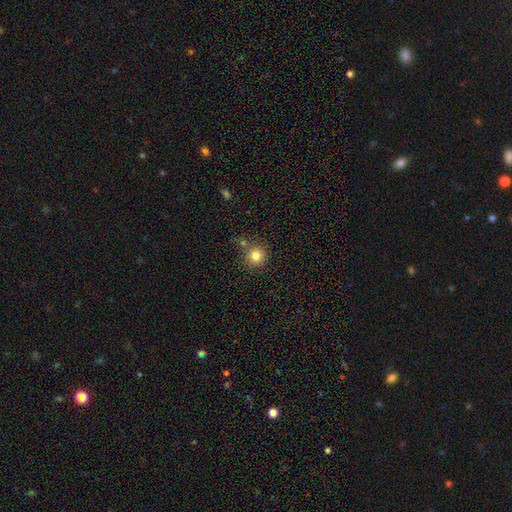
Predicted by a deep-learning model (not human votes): Q: Smooth or featured?
A: smooth (80%); runner-up: star or artifact (12%)
Q: How rounded?
A: round (94%); runner-up: in between (5%)
Q: Merging?
A: none (74%); runner-up: merger (13%)